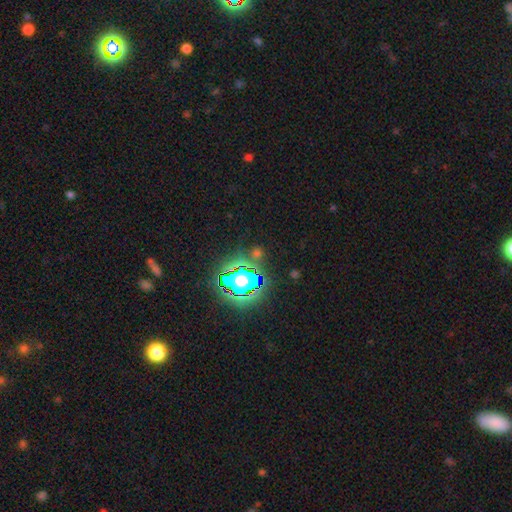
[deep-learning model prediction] Q: Smooth or featured?
A: star or artifact (70%); runner-up: smooth (20%)